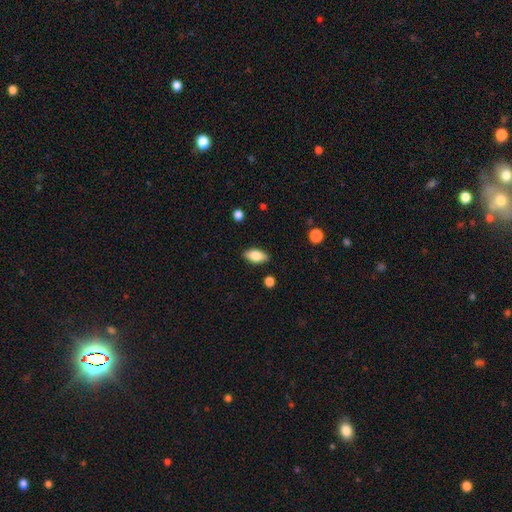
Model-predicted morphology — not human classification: Smooth or featured: smooth — 79% (featured or disk — 14%)
How rounded: in between — 90% (cigar-shaped — 7%)
Merging: none — 87% (minor disturbance — 10%)